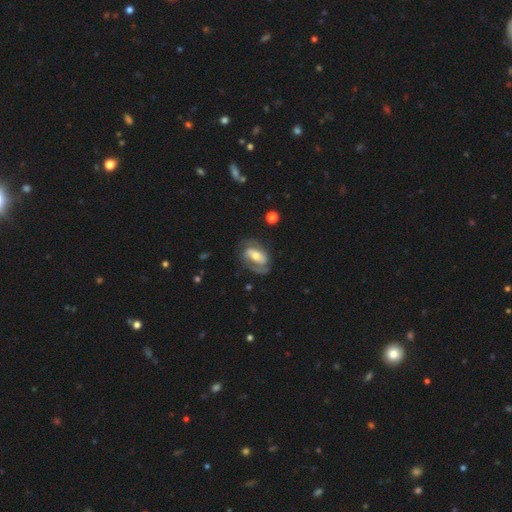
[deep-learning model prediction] A featured or disk galaxy (75%) with no bar (36%), 2 (75%) medium (43%) spiral arms (85%) and a moderate central bulge (58%). Merging: none (67%).